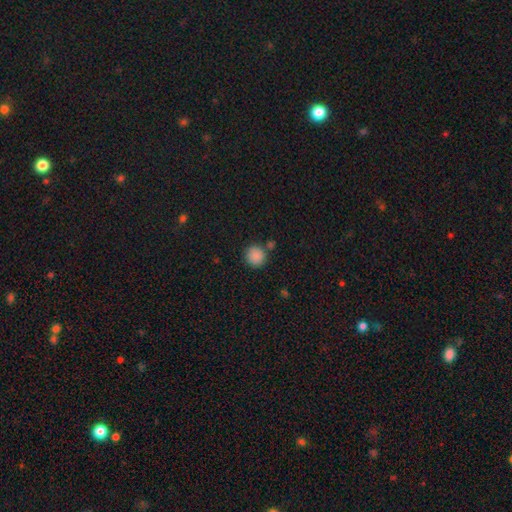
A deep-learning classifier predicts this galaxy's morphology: Smooth or featured? Predicted: smooth (p=0.88). How rounded? Predicted: round (p=0.93). Merging? Predicted: none (p=0.80).